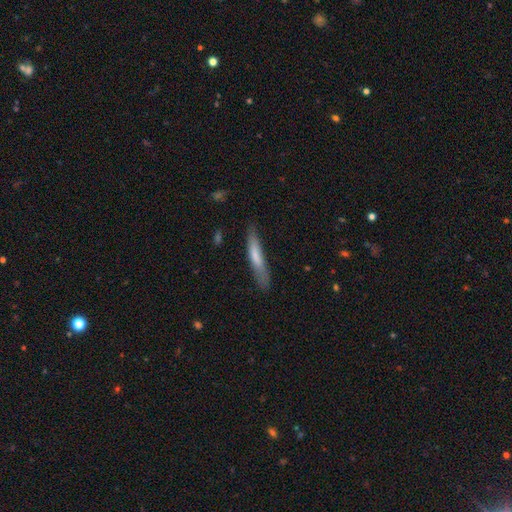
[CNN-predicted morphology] smooth 68%, featured or disk 26%, star or artifact 6%. Down the decision tree: how rounded — cigar-shaped (90%); merging — none (75%).